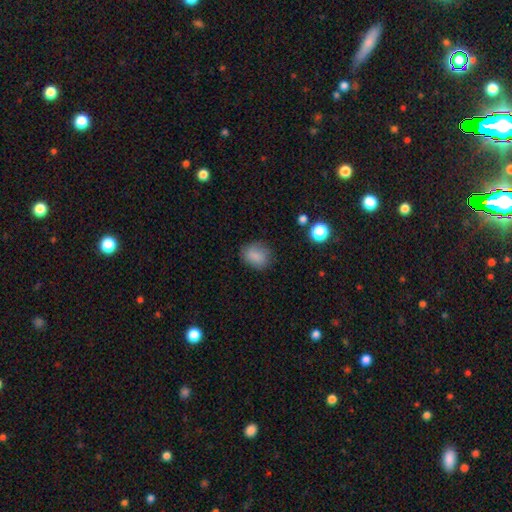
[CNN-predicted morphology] type=smooth (82%); roundness=round (52%); merging=none (73%).